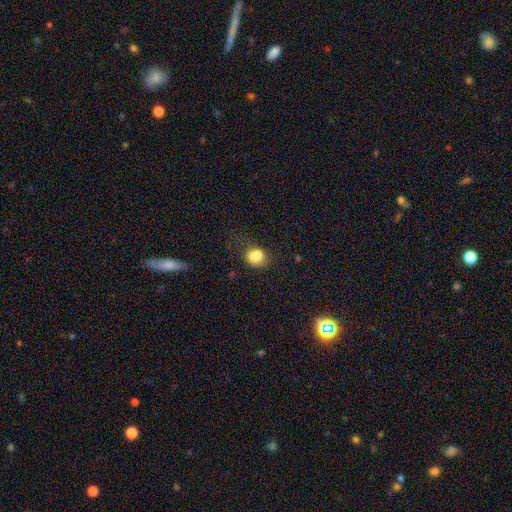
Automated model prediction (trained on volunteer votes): A smooth galaxy with no disk features (83%) that is round (51%).

Vote fractions:
- Smooth or featured? smooth: 83% / star or artifact: 11% / featured or disk: 7%
- How rounded? round: 51% / in between: 48% / cigar-shaped: 1%
- Merging? none: 53% / minor disturbance: 28% / major disturbance: 14% / merger: 5%